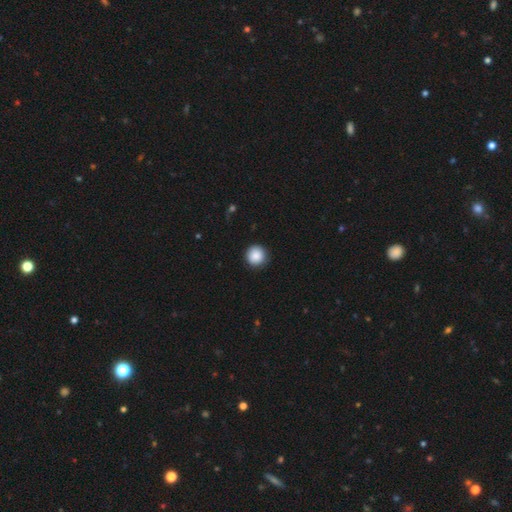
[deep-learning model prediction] Smooth or featured: smooth — 88% (star or artifact — 8%)
How rounded: round — 96% (in between — 4%)
Merging: none — 89% (minor disturbance — 8%)